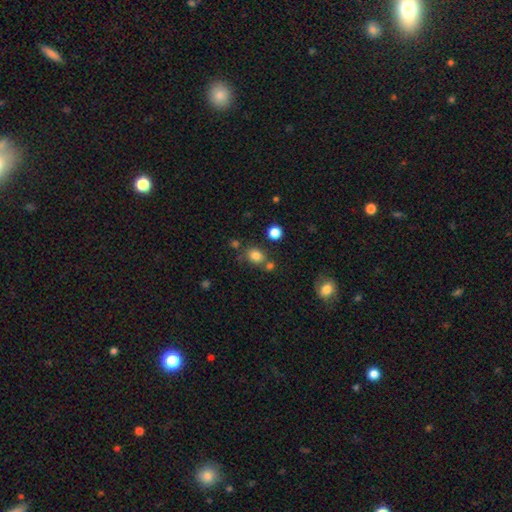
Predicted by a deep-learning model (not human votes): A smooth galaxy with no disk features (80%) that is round (58%). Merging: none (70%).